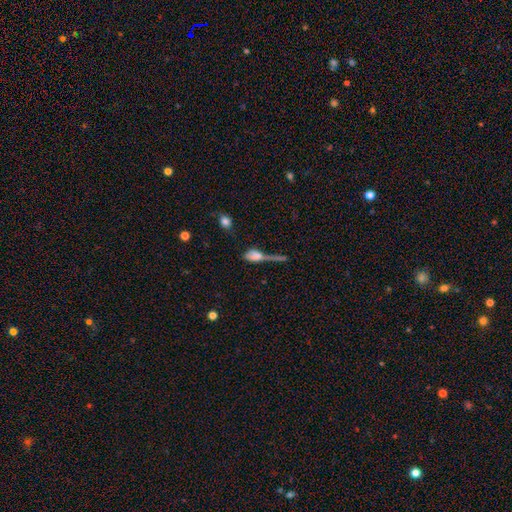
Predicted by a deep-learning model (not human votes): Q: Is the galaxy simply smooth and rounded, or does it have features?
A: smooth — 61%.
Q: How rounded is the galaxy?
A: in between — 61%.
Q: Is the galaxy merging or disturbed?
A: merger — 32%.